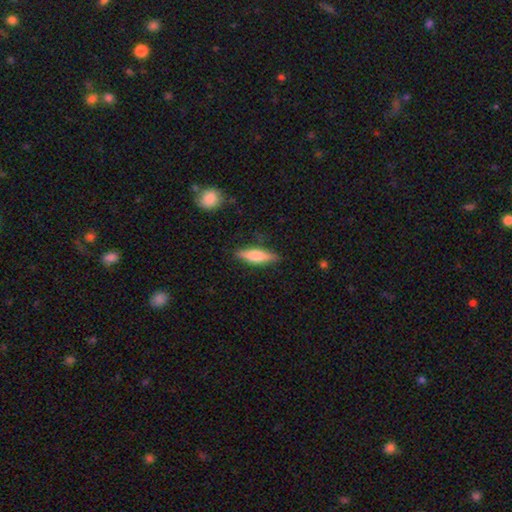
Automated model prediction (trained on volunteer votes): smooth 65%, featured or disk 29%, star or artifact 6%. Down the decision tree: how rounded — cigar-shaped (61%); merging — none (83%).